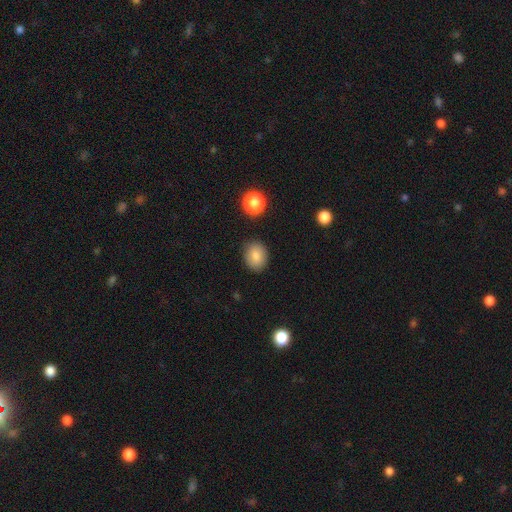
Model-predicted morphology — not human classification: Smooth or featured? smooth (83%)
How rounded? round (53%)
Merging? none (85%)